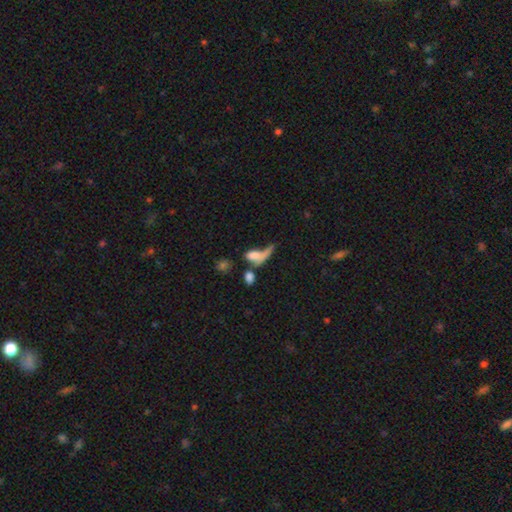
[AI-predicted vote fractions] Q: Smooth or featured?
A: smooth (63%); runner-up: featured or disk (25%)
Q: How rounded?
A: in between (66%); runner-up: cigar-shaped (19%)
Q: Merging?
A: merger (34%); runner-up: major disturbance (32%)